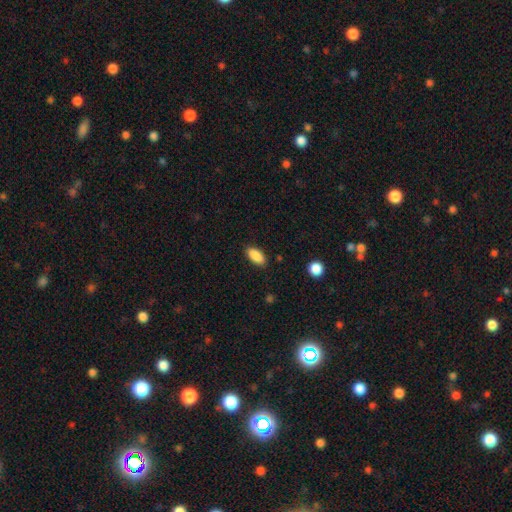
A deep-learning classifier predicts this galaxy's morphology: Q: Smooth or featured?
A: smooth (89%); runner-up: star or artifact (7%)
Q: How rounded?
A: in between (89%); runner-up: cigar-shaped (8%)
Q: Merging?
A: none (87%); runner-up: minor disturbance (9%)